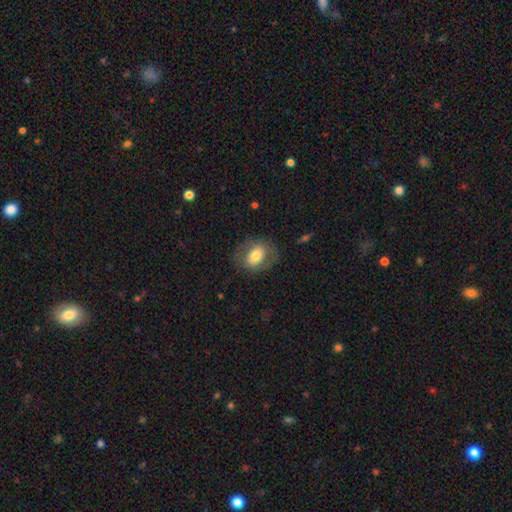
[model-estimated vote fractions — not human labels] Smooth or featured? Predicted: smooth (p=0.59). How rounded? Predicted: in between (p=0.67). Merging? Predicted: none (p=0.75).